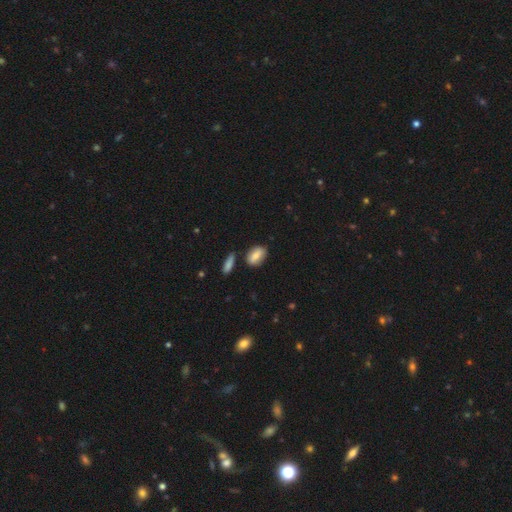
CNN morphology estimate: This is likely a smooth galaxy (75%). How rounded: clearly in between (82%). Merging: likely none (76%).